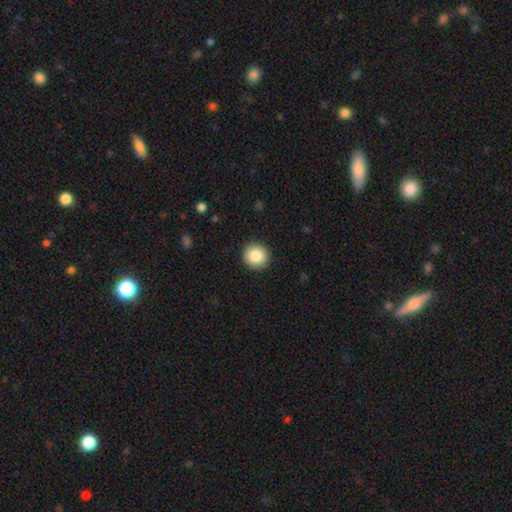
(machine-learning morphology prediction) This is clearly a smooth galaxy (86%). How rounded: clearly round (95%). Merging: clearly none (92%).